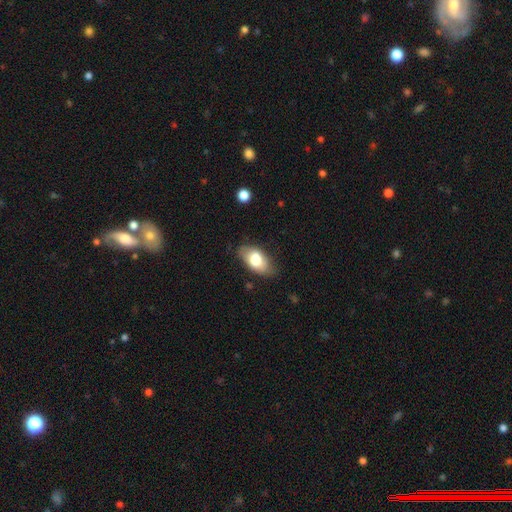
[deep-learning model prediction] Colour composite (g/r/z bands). It shows a smooth galaxy with no disk features (74%) that is in between round and cigar-shaped (92%). Merging: none (75%).